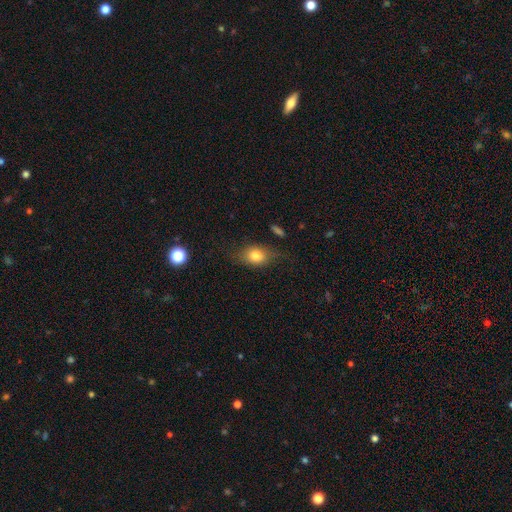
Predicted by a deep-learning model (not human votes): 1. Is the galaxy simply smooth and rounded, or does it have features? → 76% smooth, 15% featured or disk, 9% star or artifact.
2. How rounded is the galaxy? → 70% in between, 26% round, 3% cigar-shaped.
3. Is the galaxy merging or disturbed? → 67% none, 22% minor disturbance, 8% major disturbance, 2% merger.